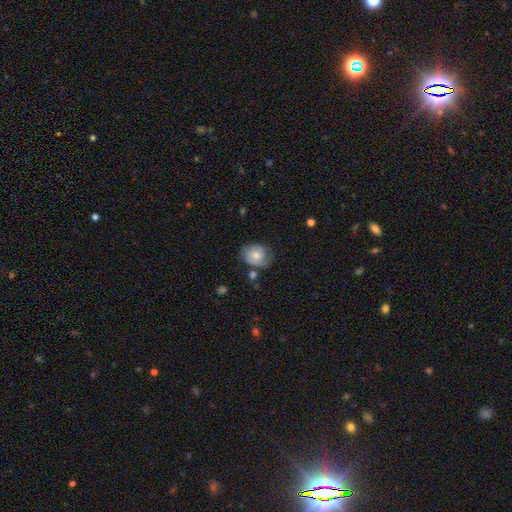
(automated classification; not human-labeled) Overall: smooth (54%; featured or disk 39%). How rounded: round (55%; in between 44%). Merging: none (56%; minor disturbance 29%).